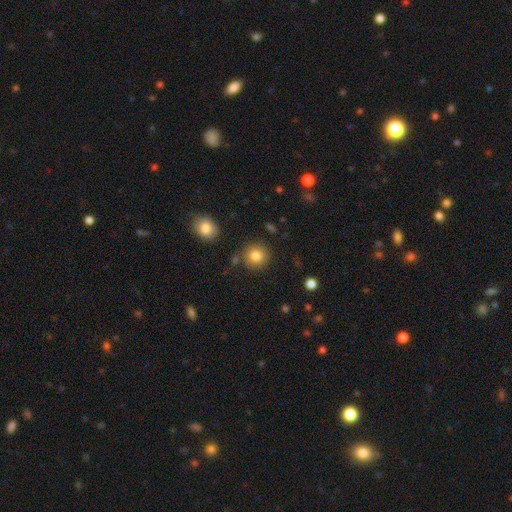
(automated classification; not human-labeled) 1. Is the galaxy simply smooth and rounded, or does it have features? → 83% smooth, 10% star or artifact, 7% featured or disk.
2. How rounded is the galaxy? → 91% round, 8% in between, 1% cigar-shaped.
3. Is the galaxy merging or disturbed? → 85% none, 9% minor disturbance, 4% merger, 3% major disturbance.